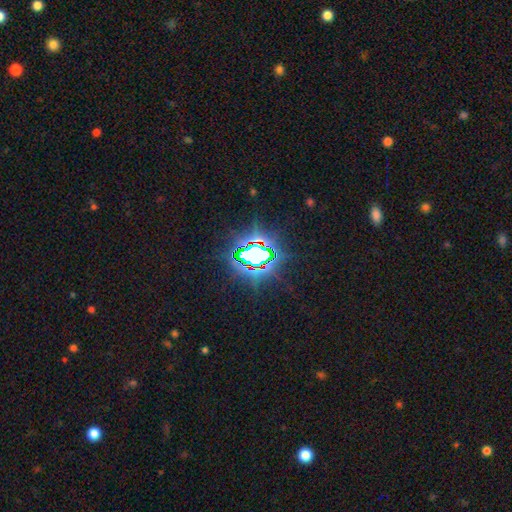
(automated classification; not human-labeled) Q: Smooth or featured?
A: star or artifact (78%); runner-up: smooth (11%)